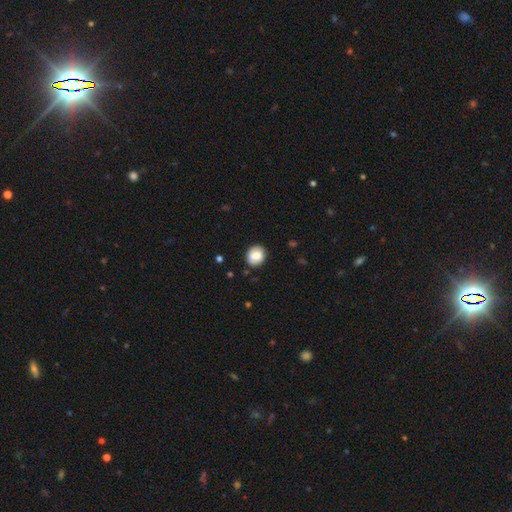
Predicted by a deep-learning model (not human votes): A smooth galaxy with no disk features (81%) that is round (70%).

Vote fractions:
- Smooth or featured? smooth: 81% / featured or disk: 11% / star or artifact: 8%
- How rounded? round: 70% / in between: 29% / cigar-shaped: 1%
- Merging? none: 85% / minor disturbance: 11% / major disturbance: 3% / merger: 1%